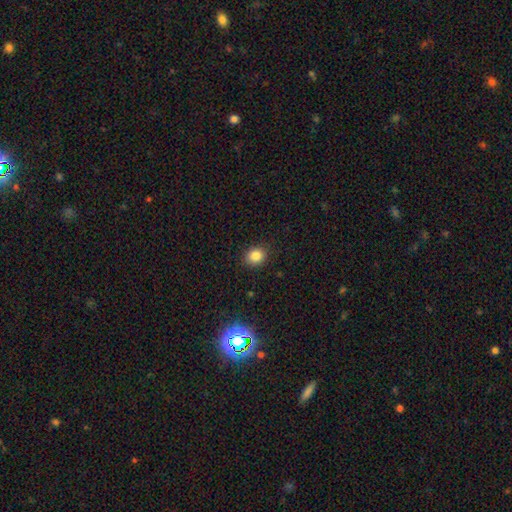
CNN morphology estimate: Smooth or featured? smooth (83%)
How rounded? round (68%)
Merging? none (89%)